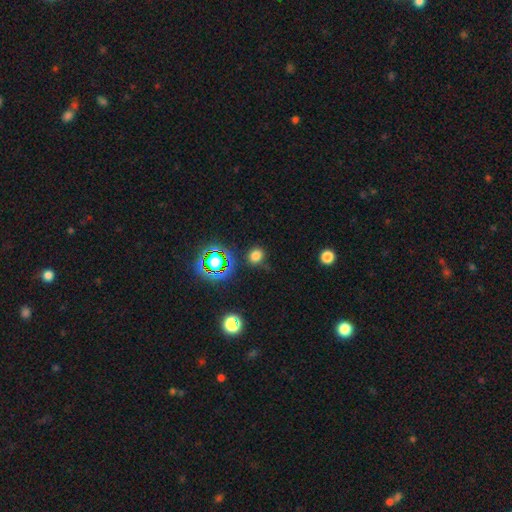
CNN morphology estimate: Q: Smooth or featured?
A: smooth (71%); runner-up: star or artifact (23%)
Q: How rounded?
A: round (79%); runner-up: in between (20%)
Q: Merging?
A: none (76%); runner-up: minor disturbance (15%)